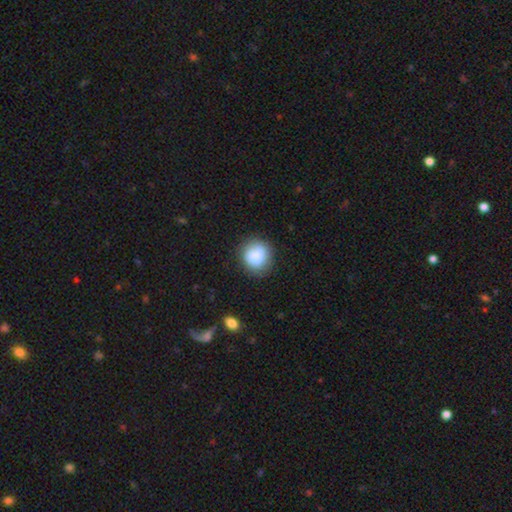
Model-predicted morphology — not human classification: smooth-or-featured: smooth: 76% | featured or disk: 16% | star or artifact: 8%
  how-rounded: round: 85% | in between: 15% | cigar-shaped: 1%
  merging: none: 78% | minor disturbance: 15% | major disturbance: 5% | merger: 2%